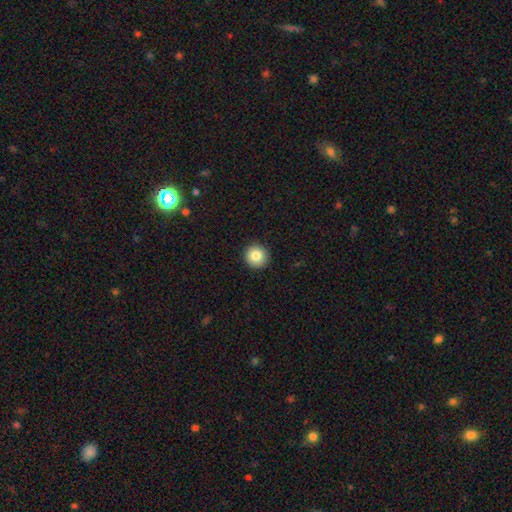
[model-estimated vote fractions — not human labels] This is clearly a smooth galaxy (83%). How rounded: clearly round (95%). Merging: clearly none (93%).